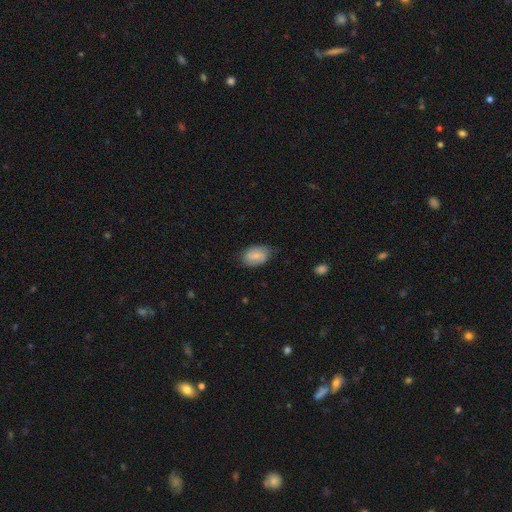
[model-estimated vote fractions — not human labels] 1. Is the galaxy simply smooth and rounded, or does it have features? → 65% smooth, 28% featured or disk, 7% star or artifact.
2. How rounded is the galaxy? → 86% in between, 12% round, 1% cigar-shaped.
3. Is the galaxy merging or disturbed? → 70% none, 24% minor disturbance, 5% major disturbance, 1% merger.